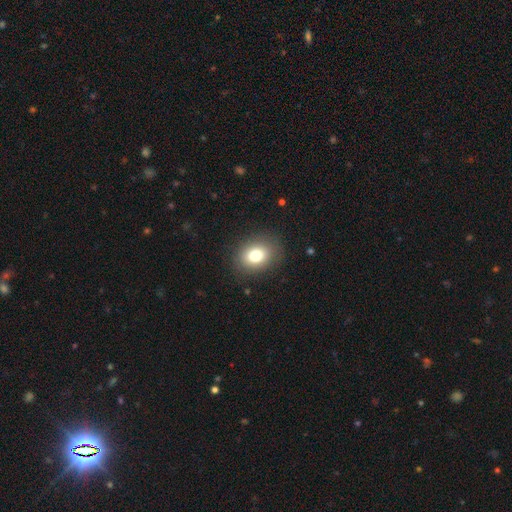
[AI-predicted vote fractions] Smooth or featured? smooth (79%)
How rounded? in between (54%)
Merging? none (86%)